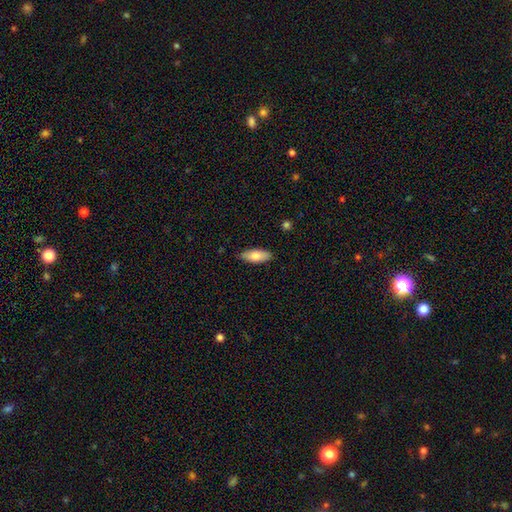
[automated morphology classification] Overall: smooth (77%). How rounded: in between (76%). Merging: none (86%).